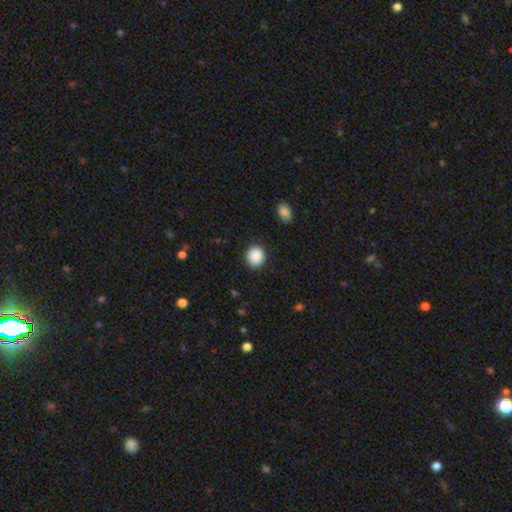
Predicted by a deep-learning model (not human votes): Overall: smooth (89%). How rounded: round (87%). Merging: none (89%).